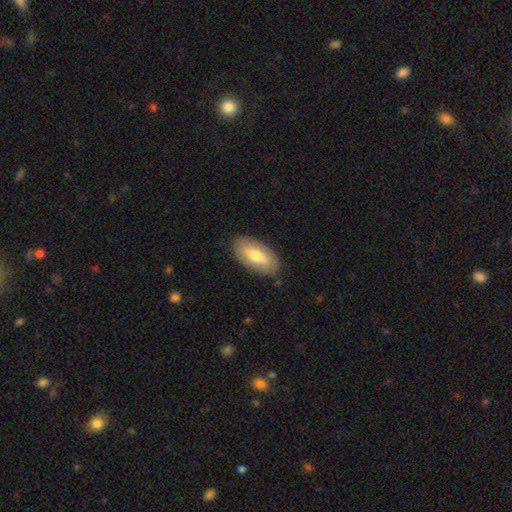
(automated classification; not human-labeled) smooth-or-featured: smooth: 63% | featured or disk: 31% | star or artifact: 6%
  how-rounded: in between: 90% | cigar-shaped: 8% | round: 2%
  merging: none: 85% | minor disturbance: 11% | major disturbance: 3% | merger: 1%